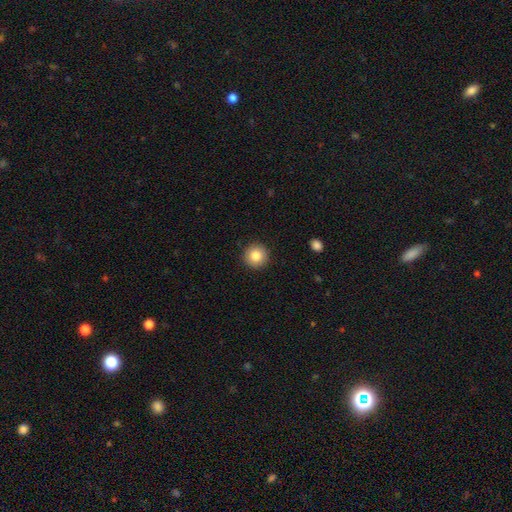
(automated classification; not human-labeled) The model was most divided on "smooth or featured": smooth: 84%, star or artifact: 9%, featured or disk: 7%. More confident: how rounded — round (95%); merging — none (92%).